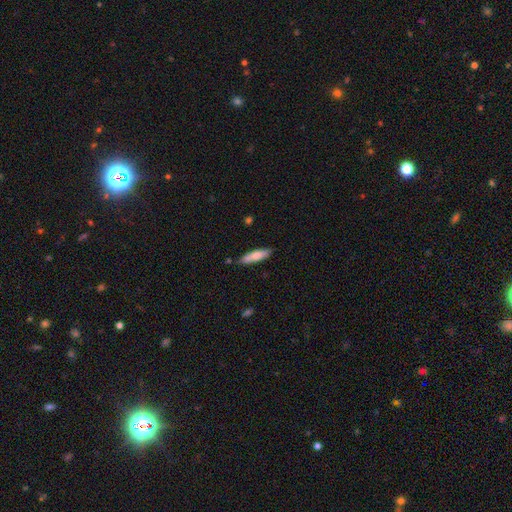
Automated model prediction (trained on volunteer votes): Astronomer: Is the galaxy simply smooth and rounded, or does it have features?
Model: smooth — 72%.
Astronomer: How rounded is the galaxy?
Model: cigar-shaped — 70%.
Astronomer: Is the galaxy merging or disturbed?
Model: none — 82%.